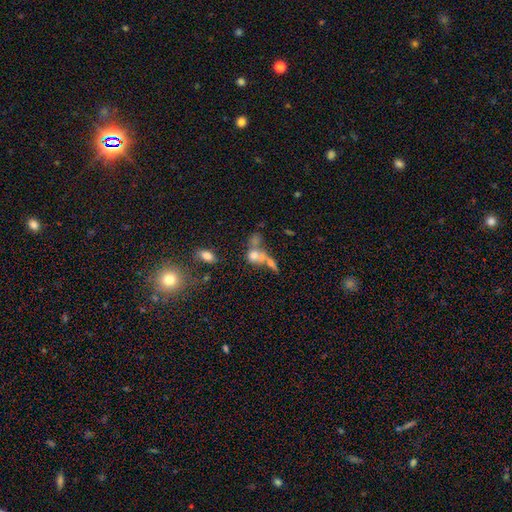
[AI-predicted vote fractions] A smooth galaxy with no disk features (58%) that is in between round and cigar-shaped (48%).

Vote fractions:
- Smooth or featured? smooth: 58% / featured or disk: 27% / star or artifact: 15%
- How rounded? in between: 48% / round: 46% / cigar-shaped: 6%
- Merging? merger: 59% / none: 22% / major disturbance: 11% / minor disturbance: 8%